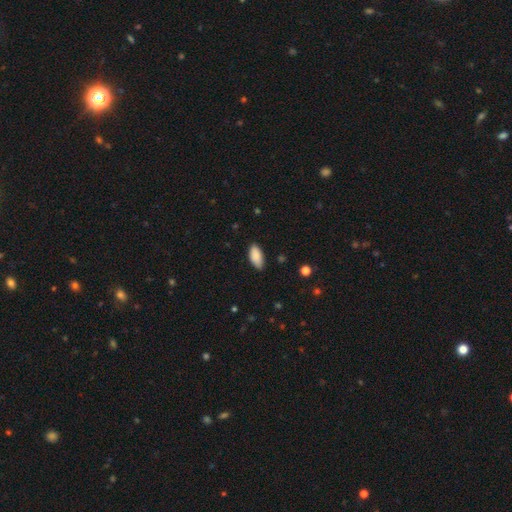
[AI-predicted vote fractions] Smooth or featured?
  - smooth: 89% *
  - star or artifact: 6%
  - featured or disk: 5%
How rounded?
  - in between: 91% *
  - cigar-shaped: 7%
  - round: 2%
Merging?
  - none: 83% *
  - minor disturbance: 13%
  - major disturbance: 2%
  - merger: 1%